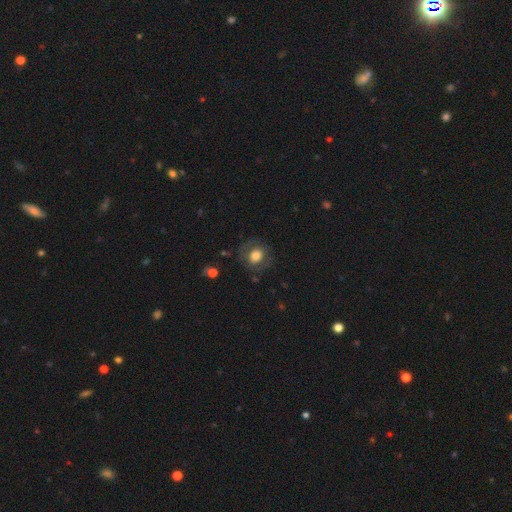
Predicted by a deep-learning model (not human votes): Smooth or featured?
  - smooth: 67% *
  - featured or disk: 24%
  - star or artifact: 8%
How rounded?
  - round: 64% *
  - in between: 34%
  - cigar-shaped: 1%
Merging?
  - none: 75% *
  - minor disturbance: 14%
  - major disturbance: 9%
  - merger: 2%